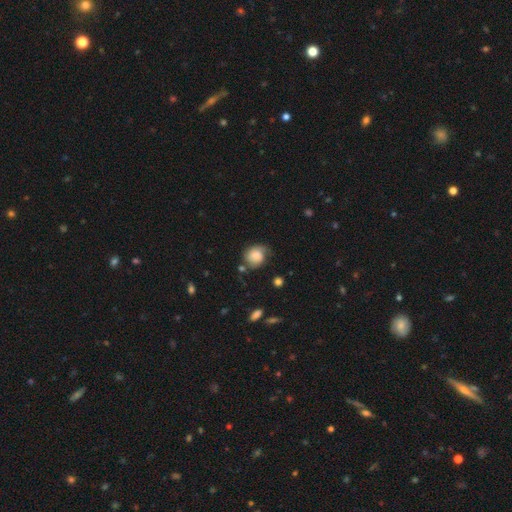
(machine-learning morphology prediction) smooth_or_featured: smooth (p=0.67) [alt: featured or disk p=0.24]
how_rounded: round (p=0.76) [alt: in between p=0.23]
merging: none (p=0.54) [alt: minor disturbance p=0.29]